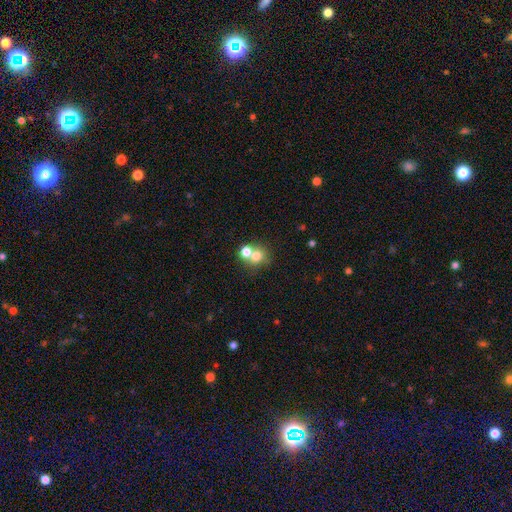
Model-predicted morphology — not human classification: Overall: smooth (72%). How rounded: round (79%). Merging: merger (51%; none 40%).